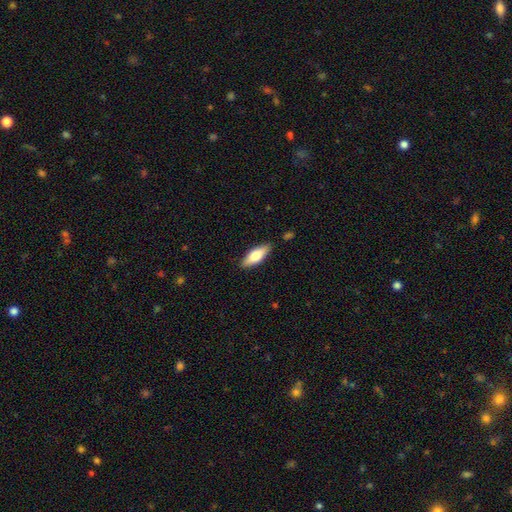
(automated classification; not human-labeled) The model was most divided on "how rounded": in between: 65%, cigar-shaped: 33%, round: 2%. More confident: merging — none (86%); smooth or featured — smooth (68%).